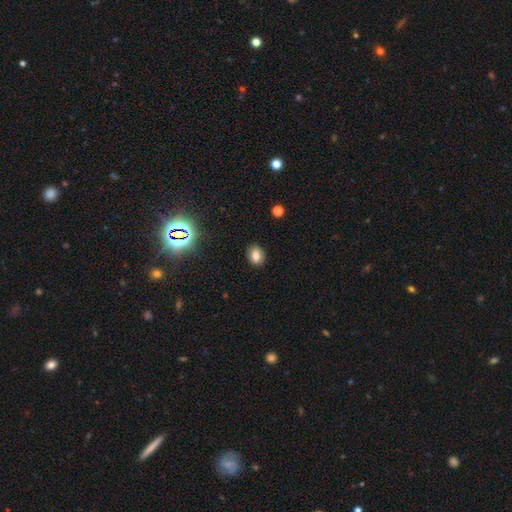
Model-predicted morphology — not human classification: Smooth or featured? smooth (77%)
How rounded? round (49%, tied with in between)
Merging? none (87%)